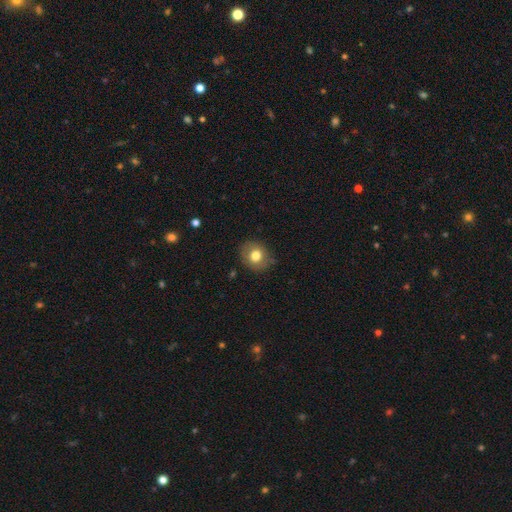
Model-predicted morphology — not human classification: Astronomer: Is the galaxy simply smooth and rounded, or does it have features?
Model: smooth — 76%.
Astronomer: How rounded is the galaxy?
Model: round — 71%.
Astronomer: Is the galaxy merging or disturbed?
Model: none — 78%.